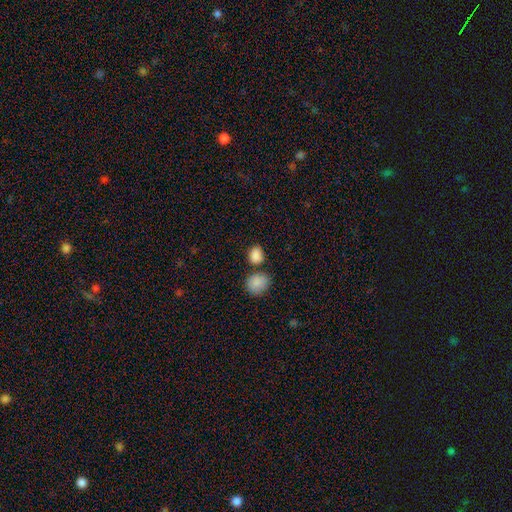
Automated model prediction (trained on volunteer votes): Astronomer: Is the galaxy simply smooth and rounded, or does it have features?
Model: smooth — 86%.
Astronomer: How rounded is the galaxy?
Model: in between — 52% (runner-up: round, 47%).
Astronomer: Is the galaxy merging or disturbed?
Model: none — 63%.